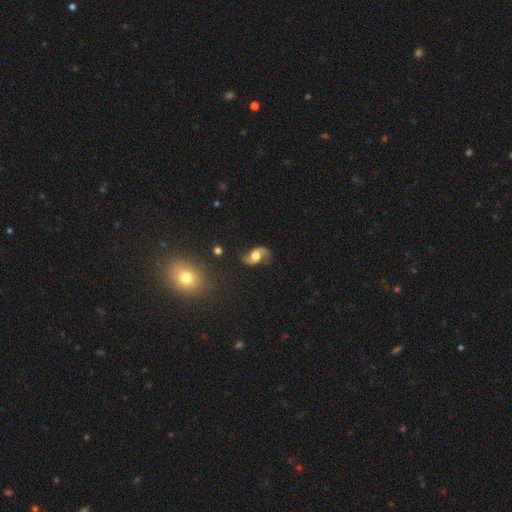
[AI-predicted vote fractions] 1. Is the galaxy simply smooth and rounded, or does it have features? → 84% featured or disk, 10% smooth, 6% star or artifact.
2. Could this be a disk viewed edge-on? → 97% no, 3% yes.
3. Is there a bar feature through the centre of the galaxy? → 61% no, 31% weak, 8% strong.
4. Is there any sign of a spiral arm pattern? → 96% yes, 4% no.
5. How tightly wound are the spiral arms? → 66% loose, 28% medium, 6% tight.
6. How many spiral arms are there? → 94% 2, 2% can't tell, 1% 1, 1% 3, 1% 4, 1% more than 4.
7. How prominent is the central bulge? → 52% moderate, 35% large, 7% small, 3% dominant, 2% none.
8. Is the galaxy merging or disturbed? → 80% none, 13% minor disturbance, 6% major disturbance, 2% merger.